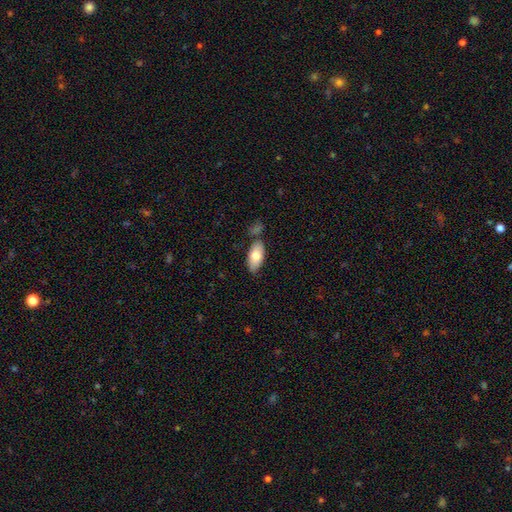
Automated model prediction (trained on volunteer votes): Smooth or featured?
  - smooth: 76% *
  - featured or disk: 18%
  - star or artifact: 6%
How rounded?
  - in between: 91% *
  - cigar-shaped: 6%
  - round: 2%
Merging?
  - none: 72% *
  - minor disturbance: 16%
  - merger: 9%
  - major disturbance: 3%